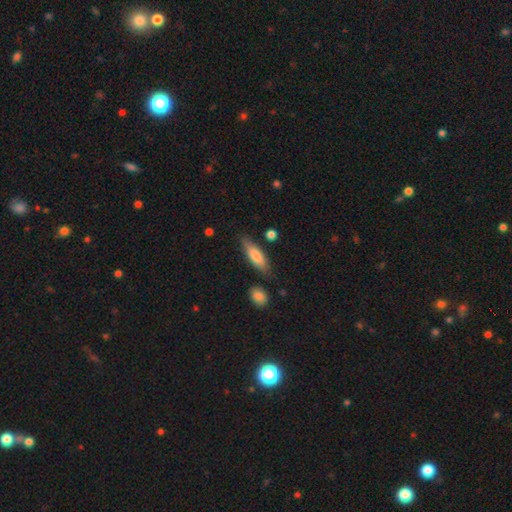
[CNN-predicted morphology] This is likely a smooth galaxy (73%). How rounded: possibly cigar-shaped (54%). Merging: likely none (78%).